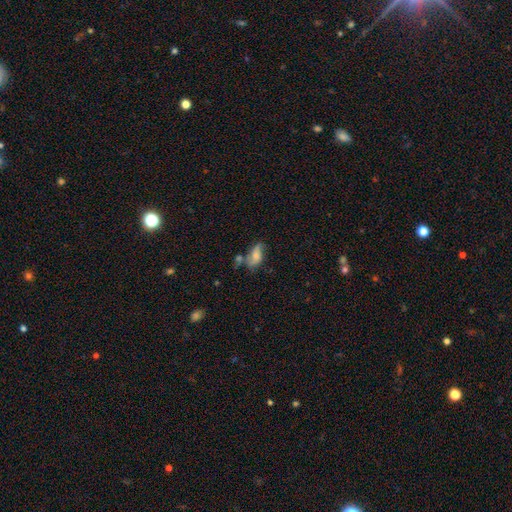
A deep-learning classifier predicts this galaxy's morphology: Smooth or featured: smooth — 53% (featured or disk — 38%)
How rounded: in between — 85% (cigar-shaped — 10%)
Merging: none — 41% (minor disturbance — 26%)